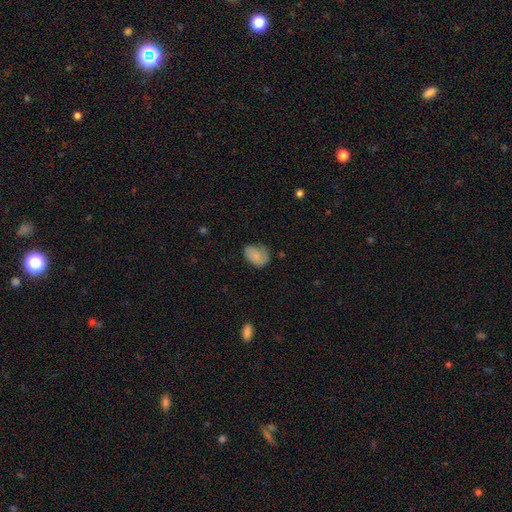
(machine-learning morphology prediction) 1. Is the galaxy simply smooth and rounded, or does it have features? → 75% smooth, 16% featured or disk, 8% star or artifact.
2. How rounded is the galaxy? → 76% in between, 22% round, 1% cigar-shaped.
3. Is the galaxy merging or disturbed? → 55% none, 31% minor disturbance, 12% major disturbance, 2% merger.